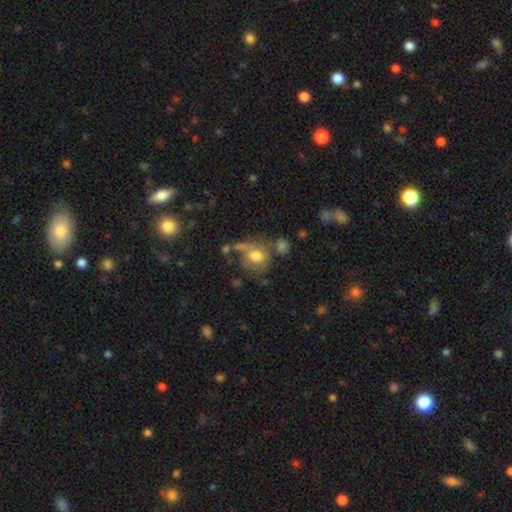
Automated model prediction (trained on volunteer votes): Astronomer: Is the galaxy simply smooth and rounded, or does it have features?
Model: smooth — 65%.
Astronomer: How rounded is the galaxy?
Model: round — 62% (runner-up: in between, 37%).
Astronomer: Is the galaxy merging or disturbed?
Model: none — 41% (runner-up: merger, 22%).